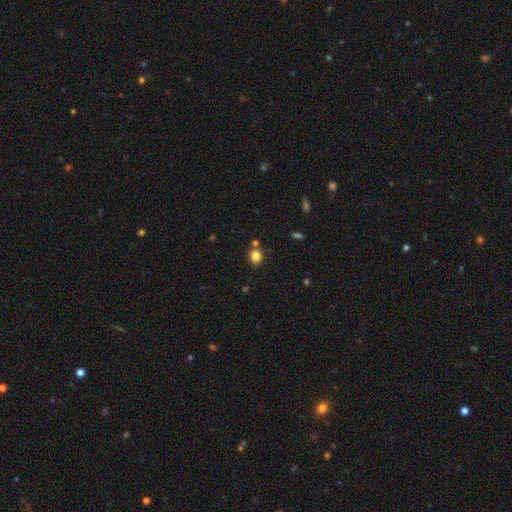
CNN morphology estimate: smooth 82%, star or artifact 12%, featured or disk 6%. Down the decision tree: how rounded — round (63%); merging — none (76%).